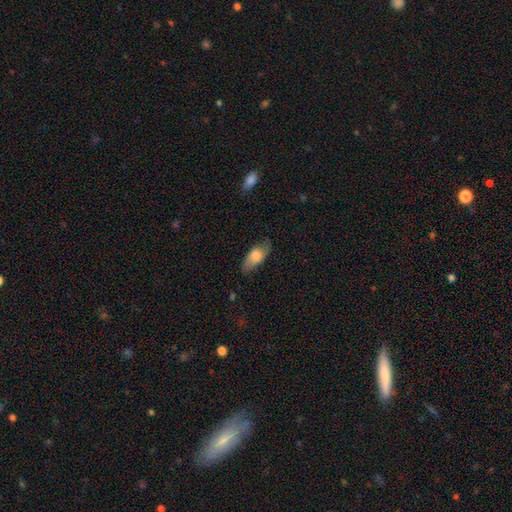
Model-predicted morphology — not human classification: Smooth or featured: smooth — 59% (featured or disk — 34%)
How rounded: in between — 83% (cigar-shaped — 13%)
Merging: none — 71% (minor disturbance — 21%)